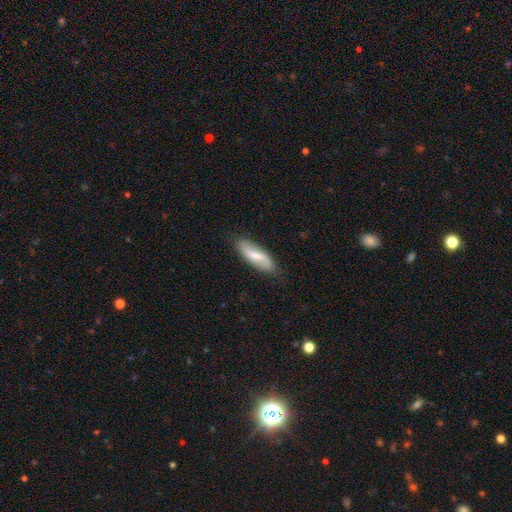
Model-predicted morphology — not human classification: Smooth or featured?
  - smooth: 50% *
  - featured or disk: 45%
  - star or artifact: 6%
Merging?
  - none: 84% *
  - minor disturbance: 13%
  - major disturbance: 2%
  - merger: 1%